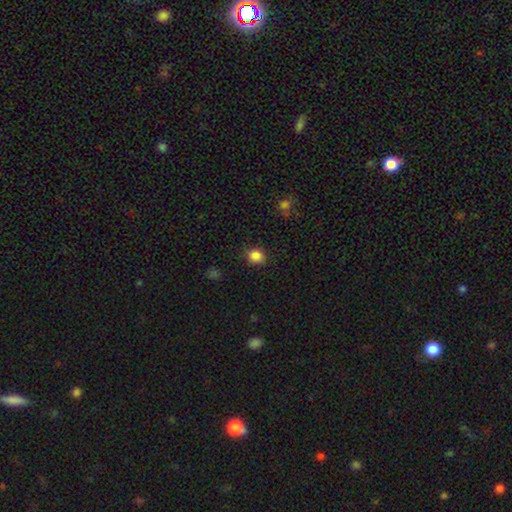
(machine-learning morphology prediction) A smooth galaxy with no disk features (85%) that is round (72%).

Vote fractions:
- Smooth or featured? smooth: 85% / star or artifact: 11% / featured or disk: 4%
- How rounded? round: 72% / in between: 27% / cigar-shaped: 1%
- Merging? none: 86% / minor disturbance: 11% / major disturbance: 3% / merger: 1%